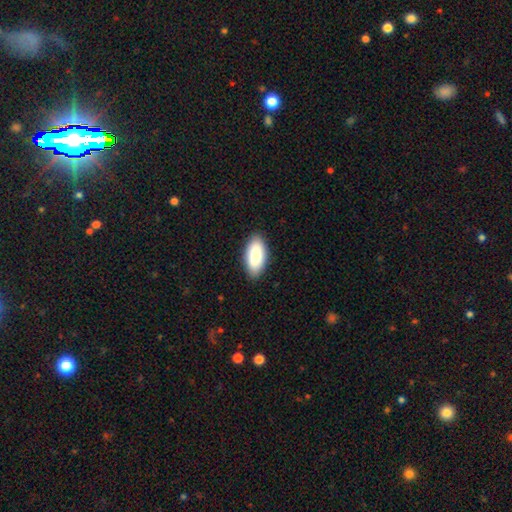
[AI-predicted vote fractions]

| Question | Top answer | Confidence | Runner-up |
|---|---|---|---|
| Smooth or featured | smooth | 81% | featured or disk (14%) |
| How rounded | in between | 91% | cigar-shaped (7%) |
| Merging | none | 88% | minor disturbance (9%) |